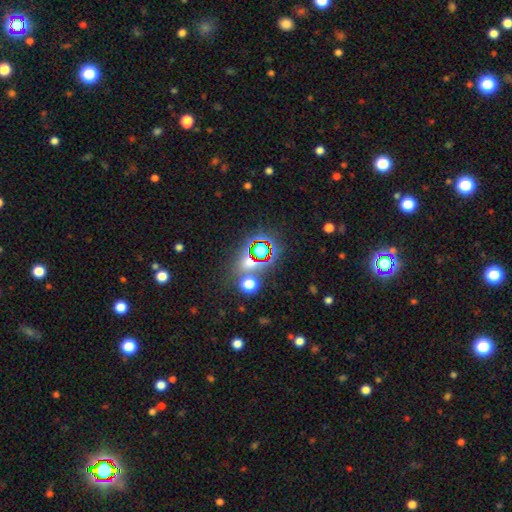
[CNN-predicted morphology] smooth_or_featured: star or artifact (p=0.59) [alt: smooth p=0.31]